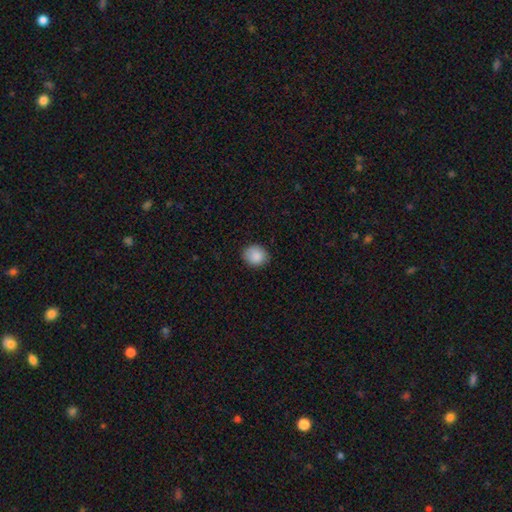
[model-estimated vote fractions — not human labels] smooth_or_featured: smooth (p=0.88) [alt: star or artifact p=0.08]
how_rounded: round (p=0.71) [alt: in between p=0.28]
merging: none (p=0.85) [alt: minor disturbance p=0.12]